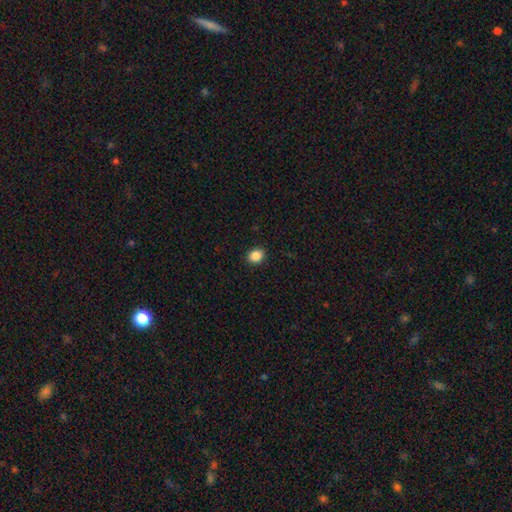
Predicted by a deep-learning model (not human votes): A smooth galaxy with no disk features (87%) that is round (61%).

Vote fractions:
- Smooth or featured? smooth: 87% / star or artifact: 10% / featured or disk: 3%
- How rounded? round: 61% / in between: 38% / cigar-shaped: 1%
- Merging? none: 91% / minor disturbance: 6% / major disturbance: 2% / merger: 1%